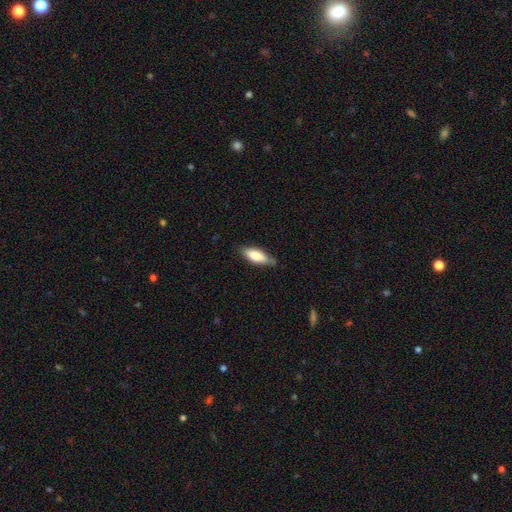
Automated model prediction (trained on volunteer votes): This appears to be a smooth galaxy with no disk features (76%) that is in between round and cigar-shaped (65%). Merging: none (73%).